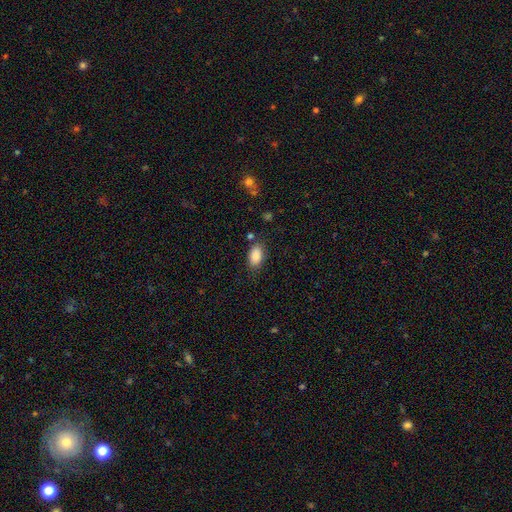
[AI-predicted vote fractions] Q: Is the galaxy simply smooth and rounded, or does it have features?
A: smooth — 88%.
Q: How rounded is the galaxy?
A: in between — 92%.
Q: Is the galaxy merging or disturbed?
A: none — 78%.